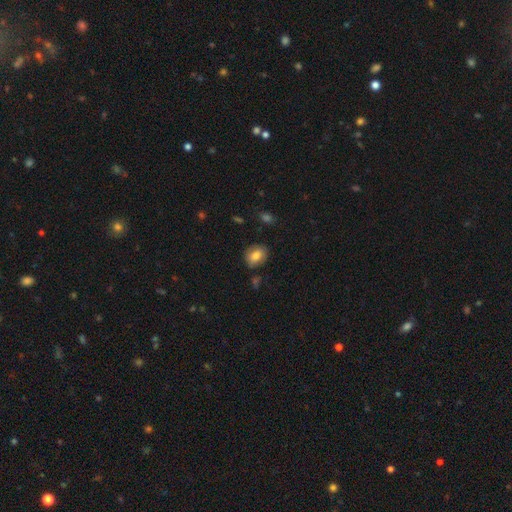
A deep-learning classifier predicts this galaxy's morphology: The model was most divided on "how rounded": in between: 57%, round: 42%, cigar-shaped: 1%. More confident: merging — none (80%); smooth or featured — smooth (78%).